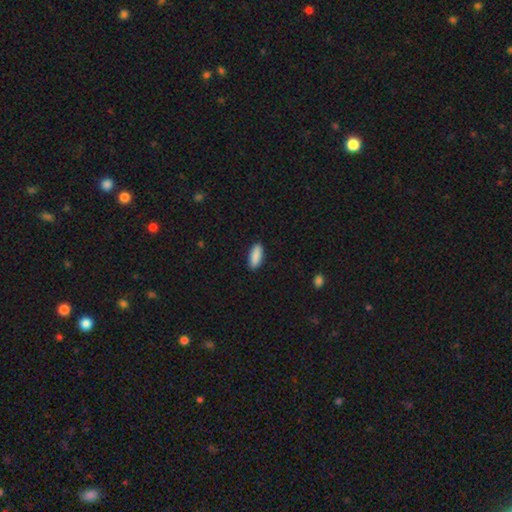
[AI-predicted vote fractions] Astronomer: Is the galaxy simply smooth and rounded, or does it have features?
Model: smooth — 89%.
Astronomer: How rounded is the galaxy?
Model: in between — 68%.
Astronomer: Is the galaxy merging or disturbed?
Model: none — 90%.